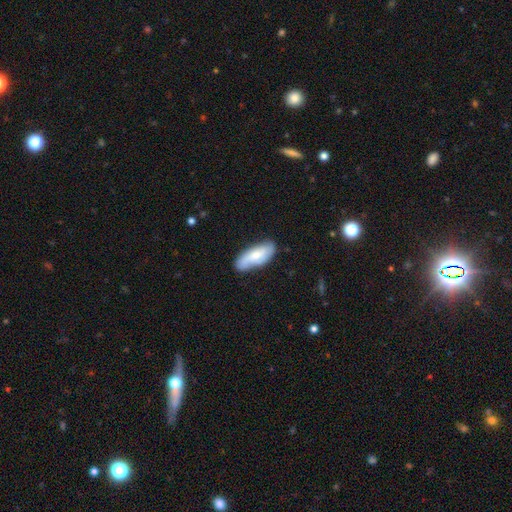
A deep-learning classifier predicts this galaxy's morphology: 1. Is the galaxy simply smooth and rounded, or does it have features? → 63% smooth, 31% featured or disk, 6% star or artifact.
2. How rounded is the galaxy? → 77% in between, 21% cigar-shaped, 2% round.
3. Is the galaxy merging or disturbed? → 76% none, 19% minor disturbance, 4% major disturbance, 2% merger.